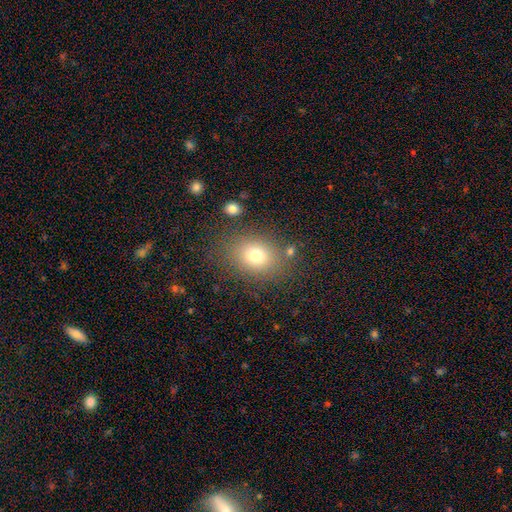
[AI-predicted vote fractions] Smooth or featured? smooth (75%)
How rounded? in between (61%)
Merging? none (79%)